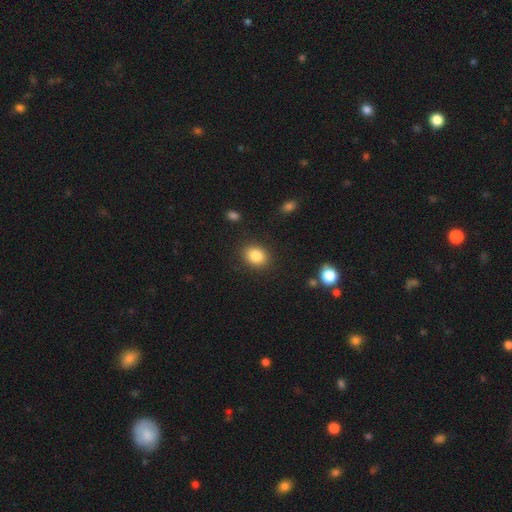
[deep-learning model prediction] Smooth or featured? Predicted: smooth (p=0.85). How rounded? Predicted: round (p=0.51). Merging? Predicted: none (p=0.88).